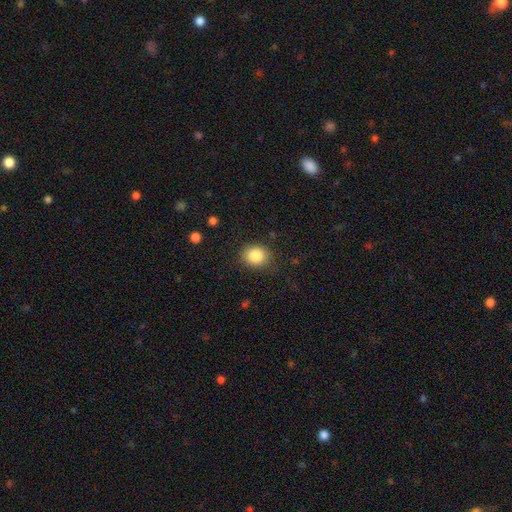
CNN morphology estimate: A smooth galaxy with no disk features (85%) that is round (68%). Merging: none (84%).